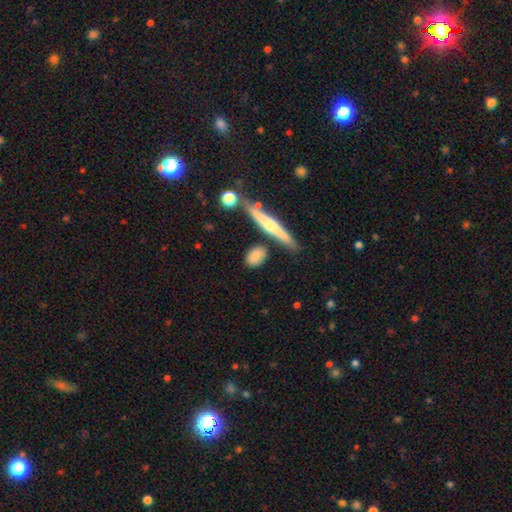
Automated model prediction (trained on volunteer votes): A smooth galaxy with no disk features (80%) that is in between round and cigar-shaped (64%).

Vote fractions:
- Smooth or featured? smooth: 80% / featured or disk: 14% / star or artifact: 6%
- How rounded? in between: 64% / round: 21% / cigar-shaped: 16%
- Merging? none: 75% / minor disturbance: 13% / merger: 8% / major disturbance: 4%